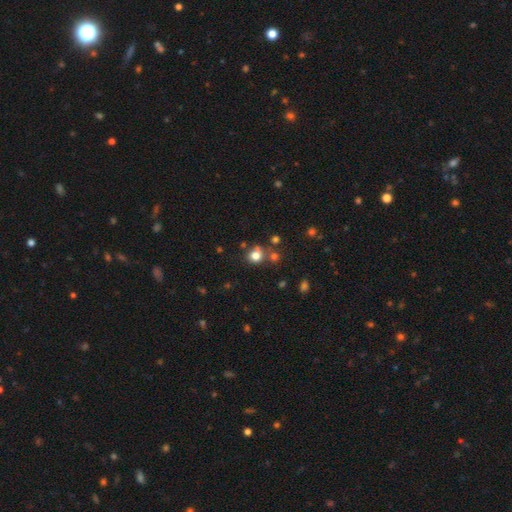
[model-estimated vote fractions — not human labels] This appears to be a smooth galaxy with no disk features (78%) that is round (78%). Merging: none (63%).